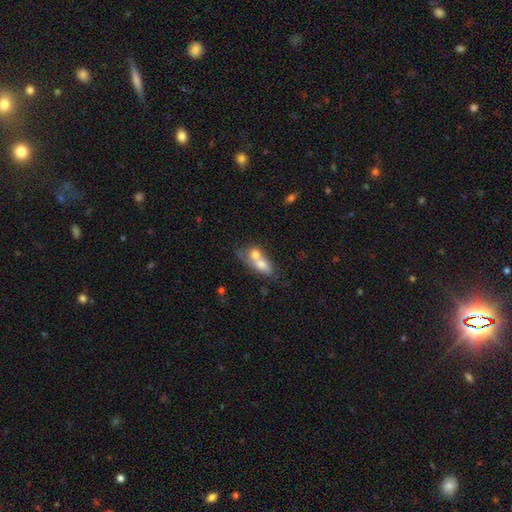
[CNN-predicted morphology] Smooth or featured? Predicted: smooth (p=0.68). How rounded? Predicted: in between (p=0.64). Merging? Predicted: merger (p=0.72).